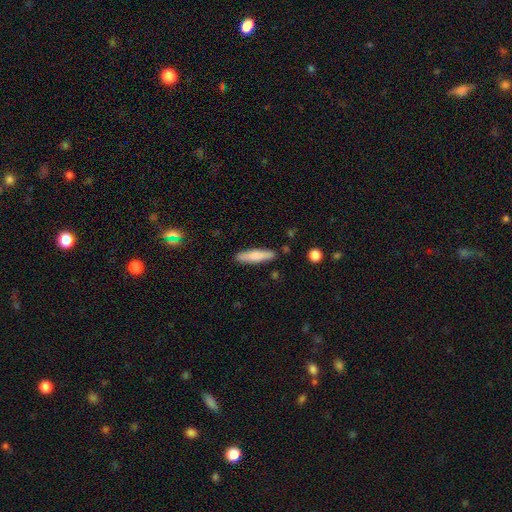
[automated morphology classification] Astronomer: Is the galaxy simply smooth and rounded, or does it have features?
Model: smooth — 75%.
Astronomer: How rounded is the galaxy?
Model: cigar-shaped — 79%.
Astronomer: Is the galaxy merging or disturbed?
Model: none — 87%.